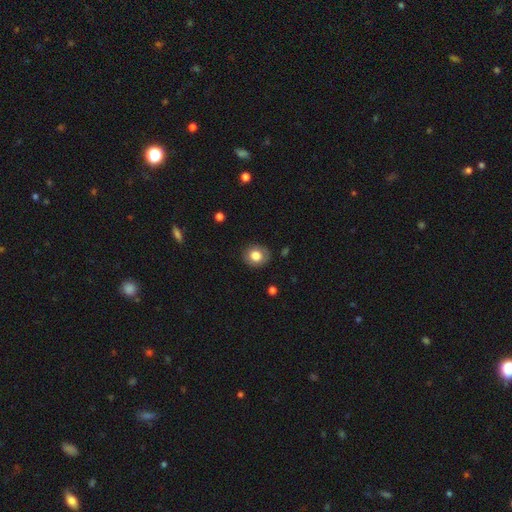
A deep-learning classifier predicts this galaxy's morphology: Smooth or featured? smooth (79%)
How rounded? round (69%)
Merging? none (84%)